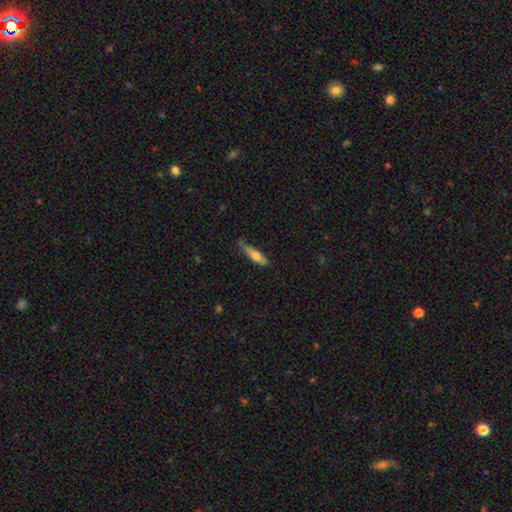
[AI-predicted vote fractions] The model was most divided on "smooth or featured": smooth: 59%, featured or disk: 36%, star or artifact: 6%. More confident: how rounded — cigar-shaped (76%); merging — none (64%).